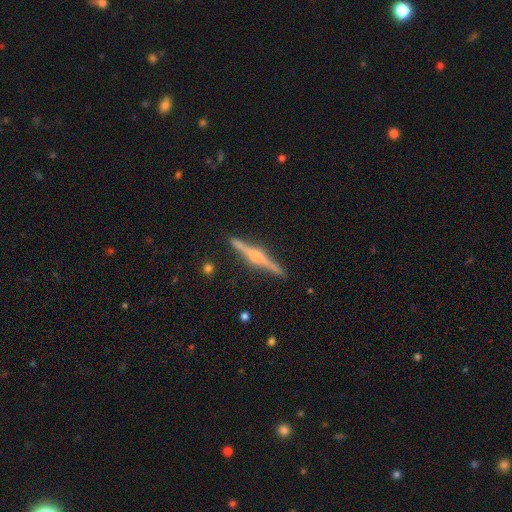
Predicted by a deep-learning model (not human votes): A featured or disk galaxy (81%) viewed edge-on (98%) with a rounded central bulge (80%). Merging: none (91%).